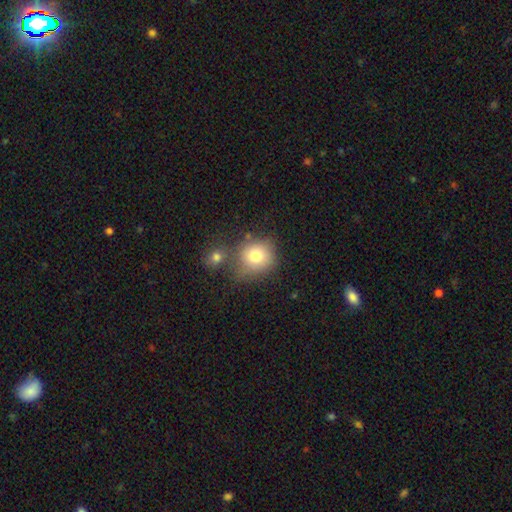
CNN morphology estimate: smooth 78%, featured or disk 11%, star or artifact 11%. Down the decision tree: how rounded — round (80%); merging — none (53%).